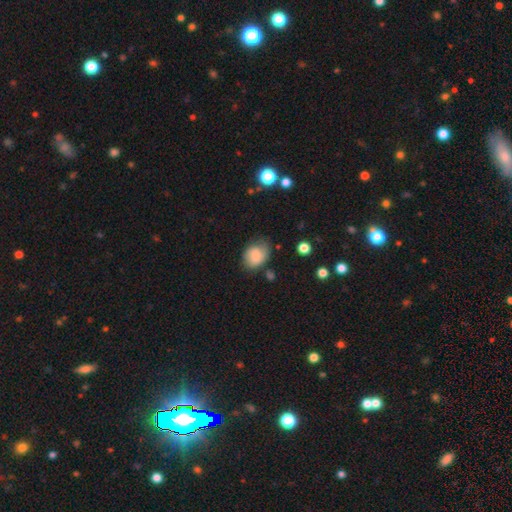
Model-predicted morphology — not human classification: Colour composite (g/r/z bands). It shows a smooth galaxy with no disk features (79%) that is in between round and cigar-shaped (67%). Merging: none (58%).